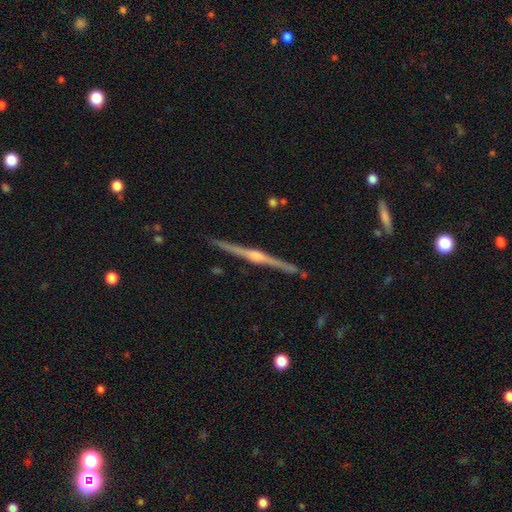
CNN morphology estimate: A featured or disk galaxy (87%) viewed edge-on (99%) with a rounded central bulge (85%).

Vote fractions:
- Smooth or featured? featured or disk: 87% / smooth: 7% / star or artifact: 5%
- Edge-on disk? yes: 99% / no: 1%
- Edge-on bulge? rounded: 85% / none: 8% / boxy: 7%
- Merging? none: 91% / minor disturbance: 6% / merger: 1% / major disturbance: 1%